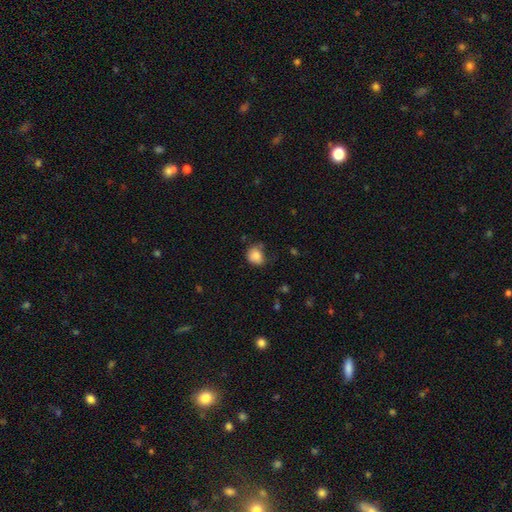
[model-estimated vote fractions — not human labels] Smooth or featured?
  - smooth: 84% *
  - star or artifact: 9%
  - featured or disk: 7%
How rounded?
  - round: 62% *
  - in between: 37%
  - cigar-shaped: 1%
Merging?
  - none: 59% *
  - minor disturbance: 30%
  - major disturbance: 8%
  - merger: 3%